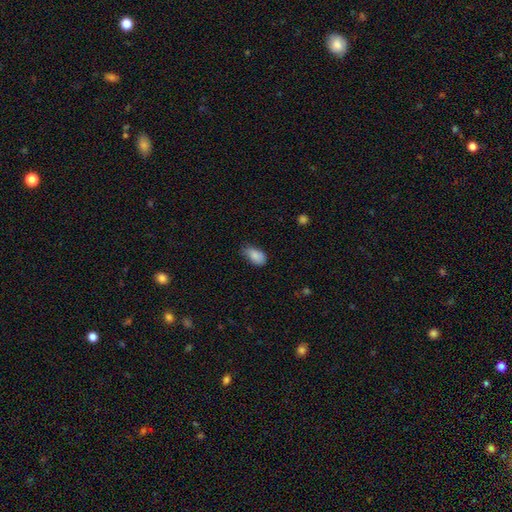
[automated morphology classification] Smooth or featured: smooth — 86% (star or artifact — 7%)
How rounded: in between — 93% (round — 5%)
Merging: none — 56% (minor disturbance — 36%)